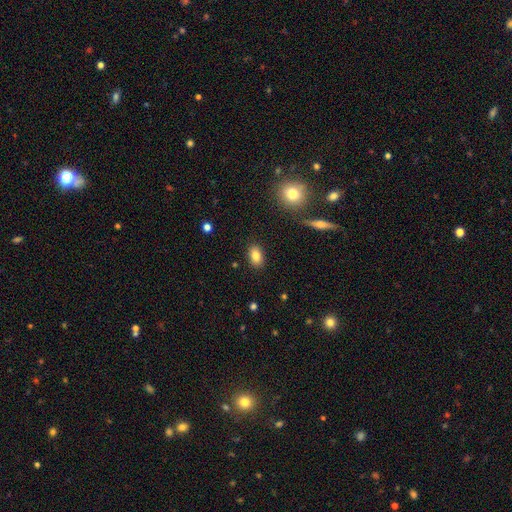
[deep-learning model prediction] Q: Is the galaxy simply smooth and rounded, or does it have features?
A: smooth — 82%.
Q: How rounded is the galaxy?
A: in between — 84%.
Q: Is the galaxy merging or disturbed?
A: none — 88%.